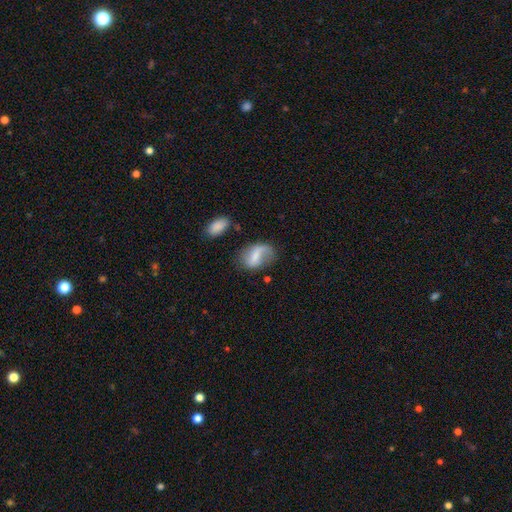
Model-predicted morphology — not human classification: This appears to be a smooth galaxy with no disk features (47%). Merging: none (44%).